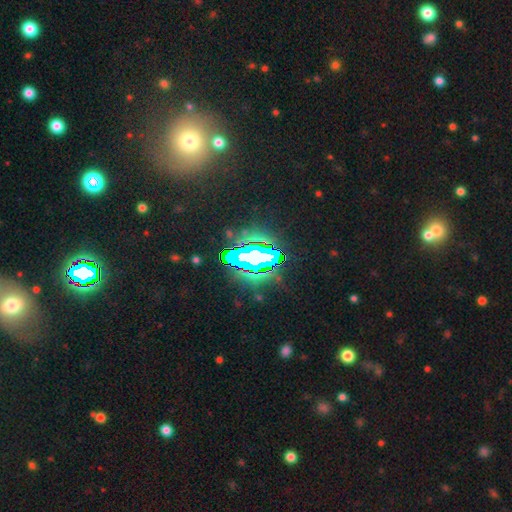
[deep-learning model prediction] A star or artifact, not a galaxy (70%).